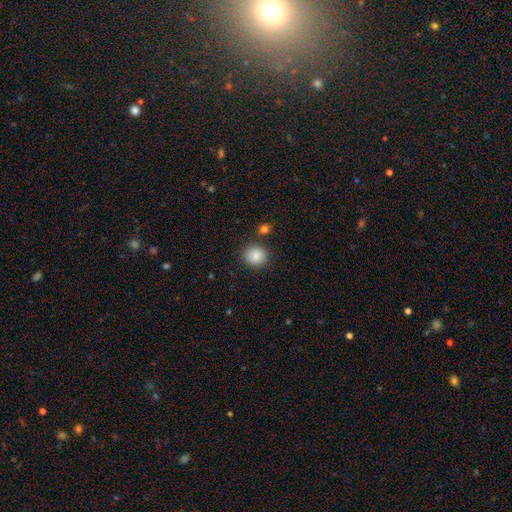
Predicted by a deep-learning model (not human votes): This appears to be a smooth galaxy with no disk features (86%) that is round (85%). Merging: none (85%).